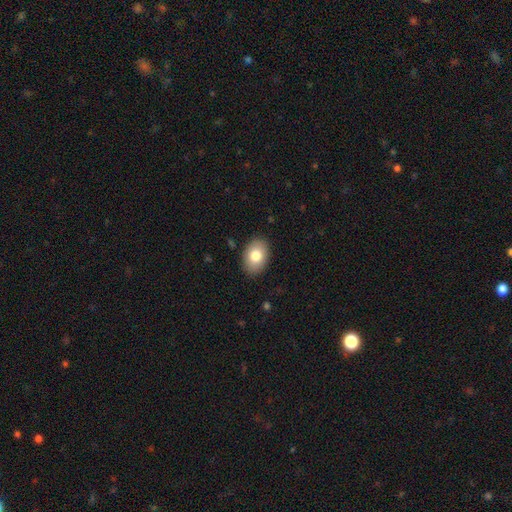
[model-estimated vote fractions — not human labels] Q: Smooth or featured?
A: smooth (81%); runner-up: featured or disk (12%)
Q: How rounded?
A: in between (84%); runner-up: round (15%)
Q: Merging?
A: none (88%); runner-up: minor disturbance (9%)